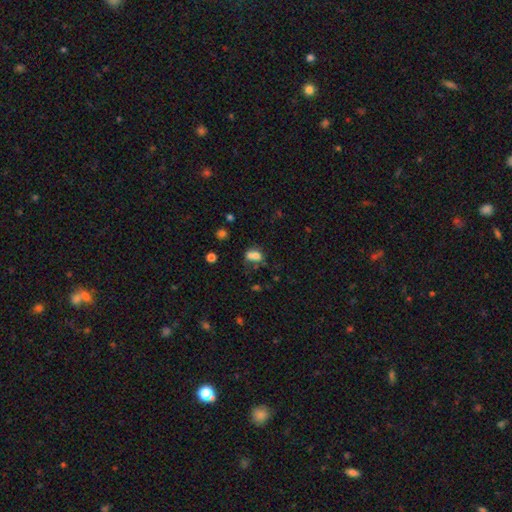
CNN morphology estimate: Overall: smooth (70%). How rounded: in between (64%; round 34%). Merging: merger (49%; none 29%).